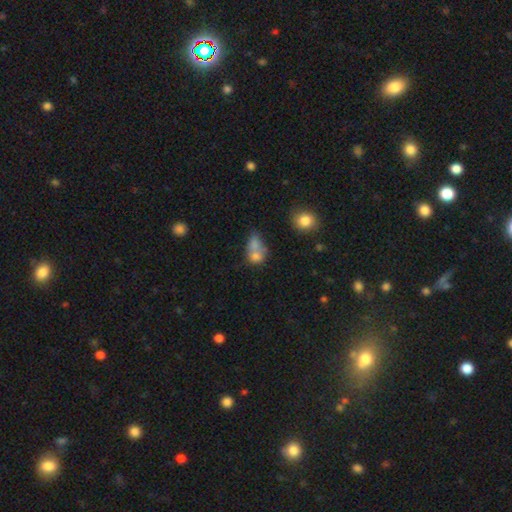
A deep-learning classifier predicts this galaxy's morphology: type=smooth (71%); roundness=in between (51%); merging=merger (57%).